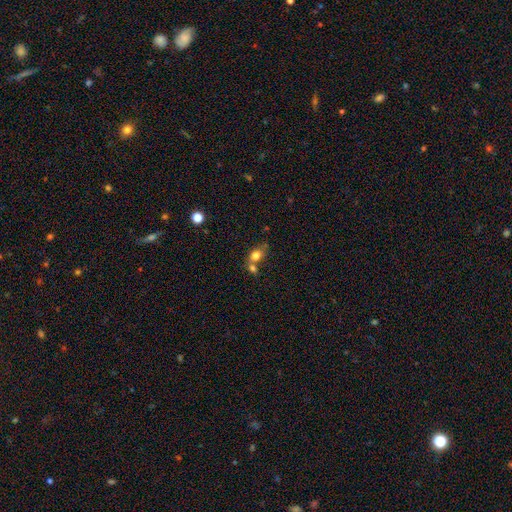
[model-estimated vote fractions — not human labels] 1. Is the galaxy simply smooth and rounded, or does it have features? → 77% smooth, 12% featured or disk, 10% star or artifact.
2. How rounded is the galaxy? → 54% in between, 44% round, 2% cigar-shaped.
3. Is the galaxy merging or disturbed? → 45% merger, 38% none, 12% minor disturbance, 5% major disturbance.